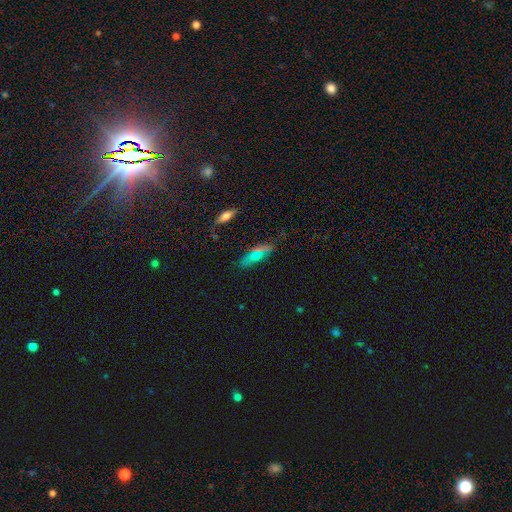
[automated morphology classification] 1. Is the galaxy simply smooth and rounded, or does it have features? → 57% smooth, 27% featured or disk, 16% star or artifact.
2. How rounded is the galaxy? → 54% in between, 41% cigar-shaped, 5% round.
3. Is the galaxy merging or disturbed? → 75% none, 16% minor disturbance, 5% merger, 4% major disturbance.